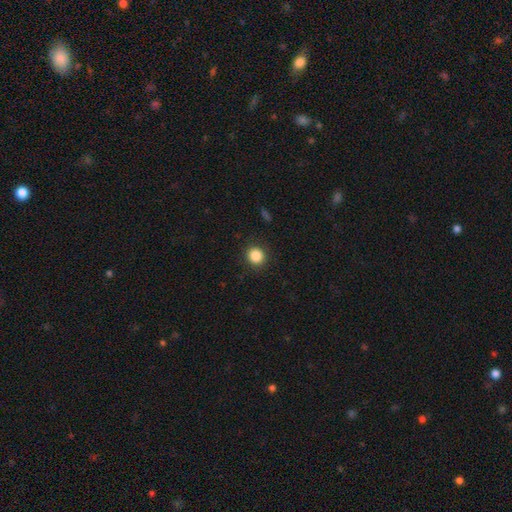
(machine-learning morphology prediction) A smooth galaxy with no disk features (86%) that is round (90%). Merging: none (90%).